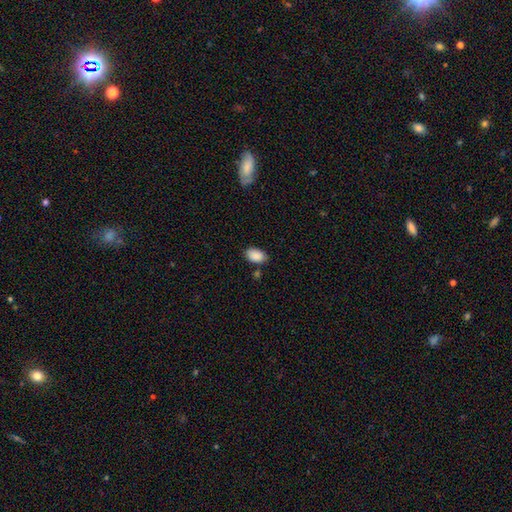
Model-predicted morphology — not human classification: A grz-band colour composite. It shows a smooth galaxy with no disk features (90%) that is in between round and cigar-shaped (90%). Merging: none (79%).